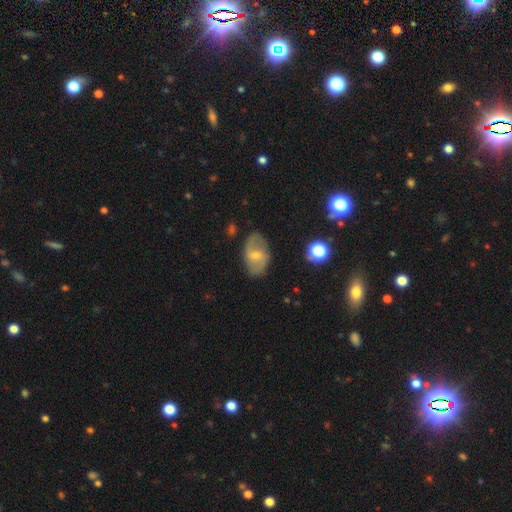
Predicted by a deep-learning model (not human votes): smooth_or_featured: featured or disk (p=0.62) [alt: smooth p=0.30]
disk_edge_on: no (p=0.96) [alt: yes p=0.04]
bar: weak (p=0.54) [alt: no p=0.29]
has_spiral_arms: yes (p=0.81) [alt: no p=0.19]
bulge_size: small (p=0.55) [alt: moderate p=0.39]
merging: none (p=0.78) [alt: minor disturbance p=0.16]